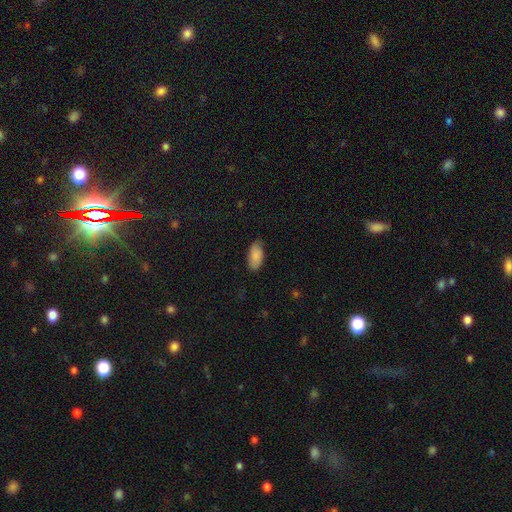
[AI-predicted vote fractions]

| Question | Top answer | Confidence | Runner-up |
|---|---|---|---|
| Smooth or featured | smooth | 86% | featured or disk (7%) |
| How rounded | in between | 94% | cigar-shaped (4%) |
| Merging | none | 77% | minor disturbance (19%) |